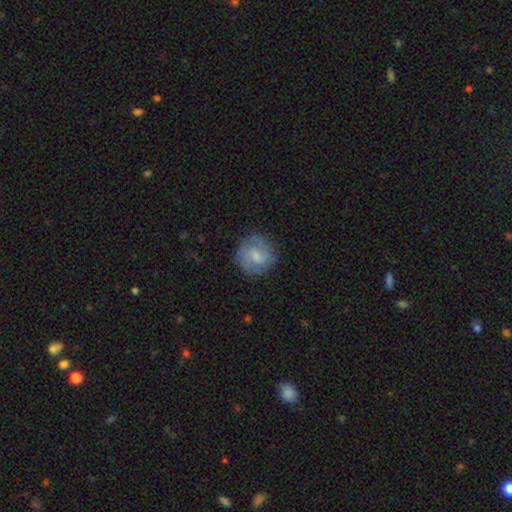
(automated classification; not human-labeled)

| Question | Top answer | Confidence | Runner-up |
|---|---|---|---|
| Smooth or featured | featured or disk | 59% | smooth (34%) |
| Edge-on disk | no | 98% | yes (2%) |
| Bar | weak | 56% | no (35%) |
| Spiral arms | yes | 88% | no (12%) |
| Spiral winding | tight | 45% | medium (41%) |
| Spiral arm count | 2 | 54% | can't tell (24%) |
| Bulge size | small | 47% | moderate (32%) |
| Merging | none | 80% | minor disturbance (14%) |